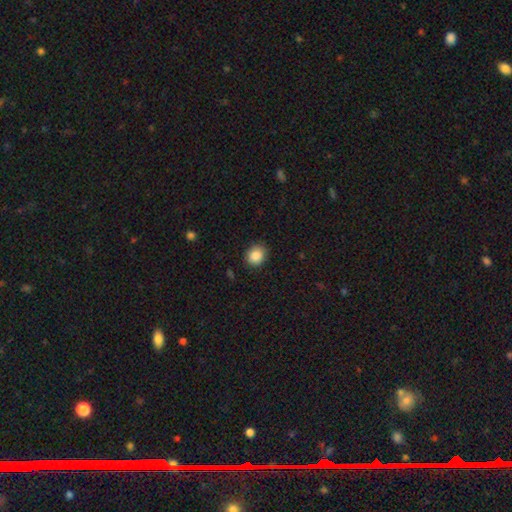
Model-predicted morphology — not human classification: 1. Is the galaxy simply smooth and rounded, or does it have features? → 88% smooth, 9% star or artifact, 4% featured or disk.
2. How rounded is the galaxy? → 66% round, 34% in between, 1% cigar-shaped.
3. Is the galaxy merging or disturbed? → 86% none, 10% minor disturbance, 2% major disturbance, 1% merger.